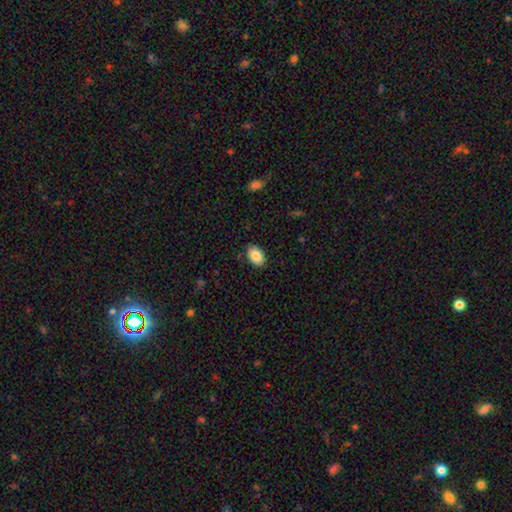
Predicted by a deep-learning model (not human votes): Smooth or featured? Predicted: smooth (p=0.87). How rounded? Predicted: in between (p=0.91). Merging? Predicted: none (p=0.84).